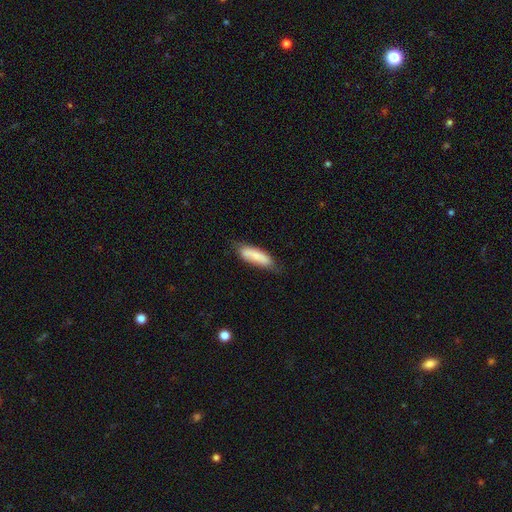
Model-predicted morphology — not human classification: Overall: smooth (78%). How rounded: in between (52%; cigar-shaped 46%). Merging: none (63%; minor disturbance 28%).